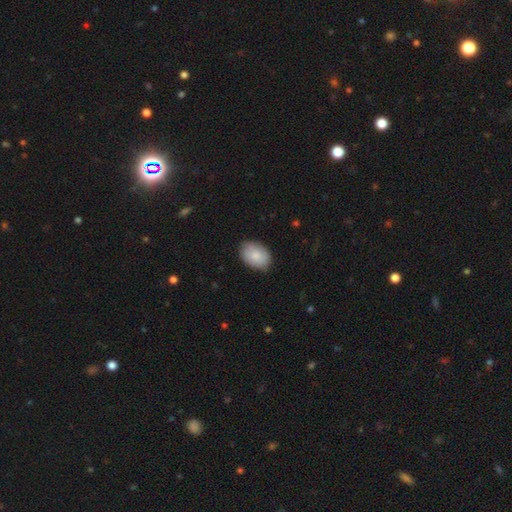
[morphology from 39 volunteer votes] Smooth or featured? 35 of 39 (90%) said smooth. How rounded? 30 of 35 (86%) said in between. Merging? 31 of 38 (82%) said none.